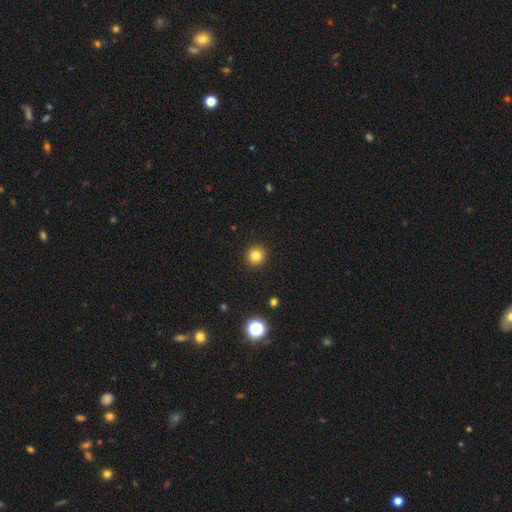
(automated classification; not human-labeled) smooth_or_featured: smooth (p=0.81) [alt: star or artifact p=0.13]
how_rounded: round (p=0.94) [alt: in between p=0.05]
merging: none (p=0.93) [alt: minor disturbance p=0.04]